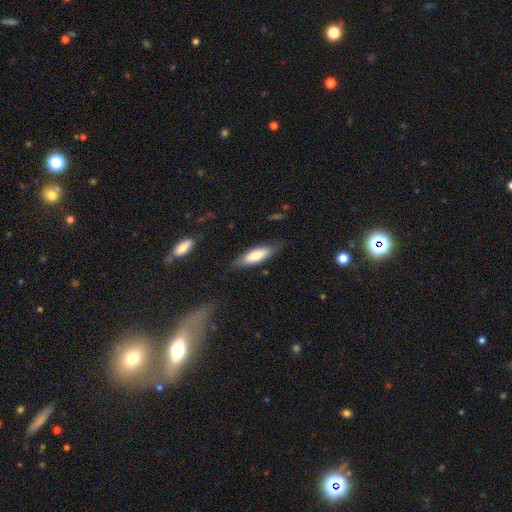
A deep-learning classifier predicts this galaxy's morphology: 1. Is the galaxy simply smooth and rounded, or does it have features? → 75% smooth, 19% featured or disk, 6% star or artifact.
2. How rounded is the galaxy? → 54% in between, 44% cigar-shaped, 2% round.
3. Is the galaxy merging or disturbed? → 77% none, 17% minor disturbance, 4% major disturbance, 2% merger.